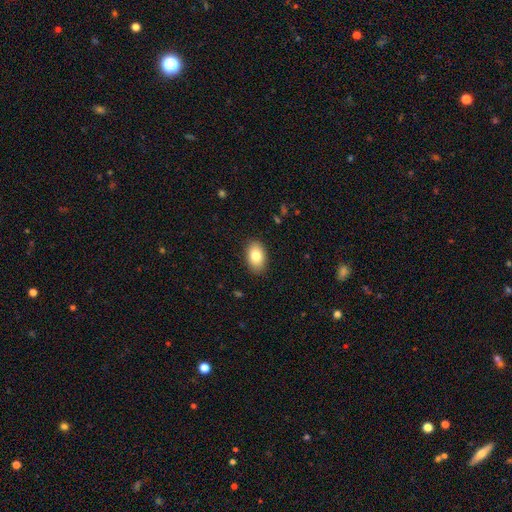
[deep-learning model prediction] Overall: smooth (82%). How rounded: in between (91%). Merging: none (88%).